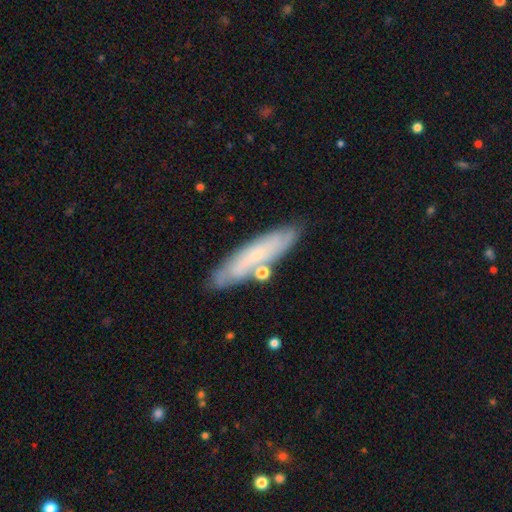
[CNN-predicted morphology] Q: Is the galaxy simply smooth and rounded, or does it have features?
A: smooth — 50%.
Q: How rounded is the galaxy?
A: cigar-shaped — 76%.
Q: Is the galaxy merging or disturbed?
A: none — 75%.